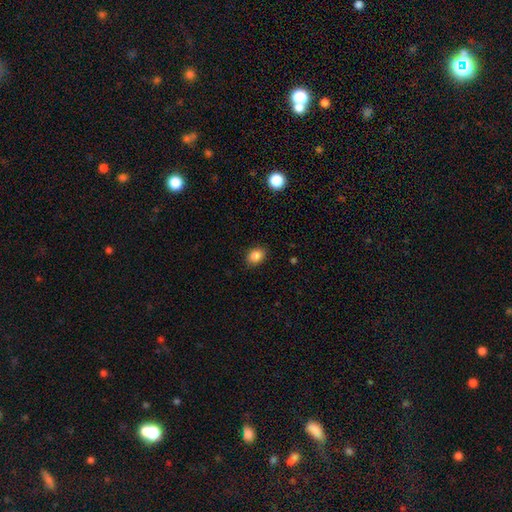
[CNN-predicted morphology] This is clearly a smooth galaxy (86%). How rounded: likely in between (64%). Merging: clearly none (86%).